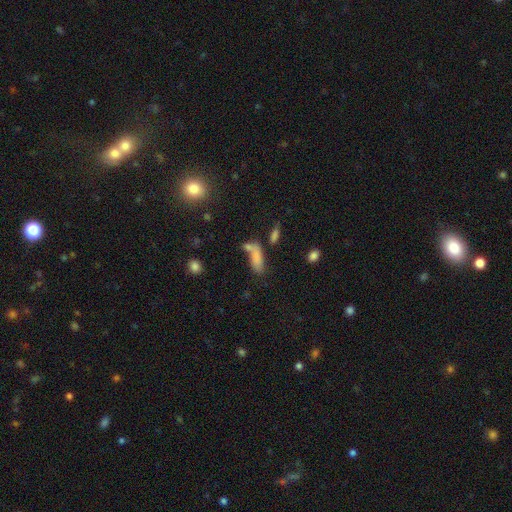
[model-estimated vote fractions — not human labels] Smooth or featured?
  - smooth: 75% *
  - featured or disk: 14%
  - star or artifact: 12%
How rounded?
  - in between: 66% *
  - cigar-shaped: 30%
  - round: 4%
Merging?
  - merger: 40% *
  - none: 35%
  - minor disturbance: 14%
  - major disturbance: 11%